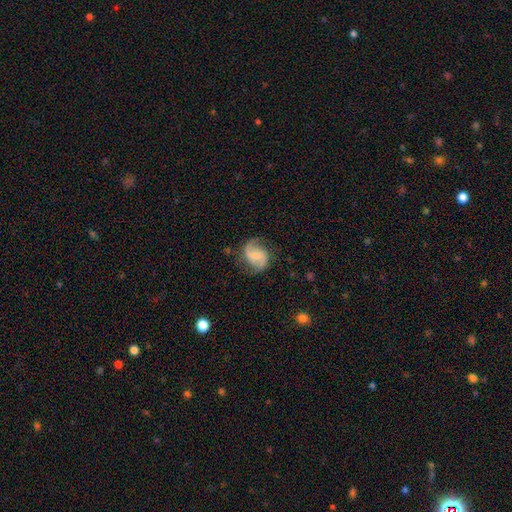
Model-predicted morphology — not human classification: Smooth or featured? featured or disk (81%)
Edge-on disk? no (98%)
Bar? weak (47%)
Spiral arms? yes (96%)
Spiral winding? medium (45%)
Spiral arm count? 2 (92%)
Bulge size? small (43%)
Merging? none (75%)